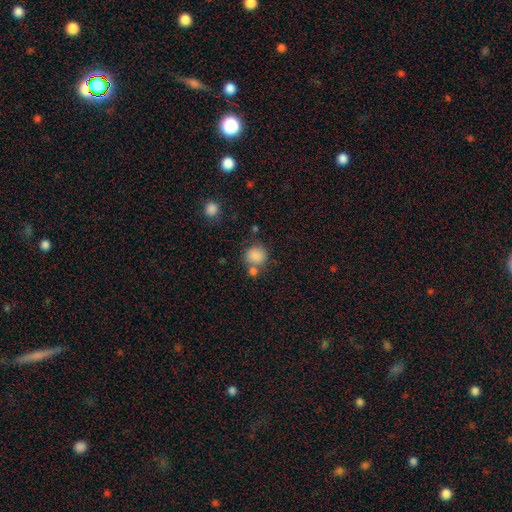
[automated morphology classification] smooth_or_featured: smooth (p=0.85) [alt: star or artifact p=0.10]
how_rounded: round (p=0.83) [alt: in between p=0.16]
merging: none (p=0.62) [alt: merger p=0.19]